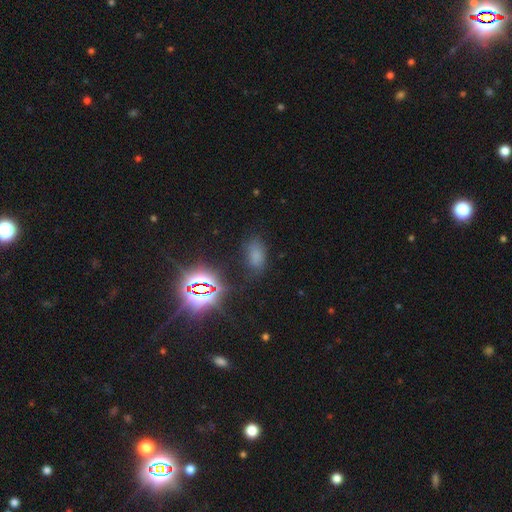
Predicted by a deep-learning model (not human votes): smooth 59%, star or artifact 32%, featured or disk 9%. Down the decision tree: how rounded — in between (89%); merging — none (68%).